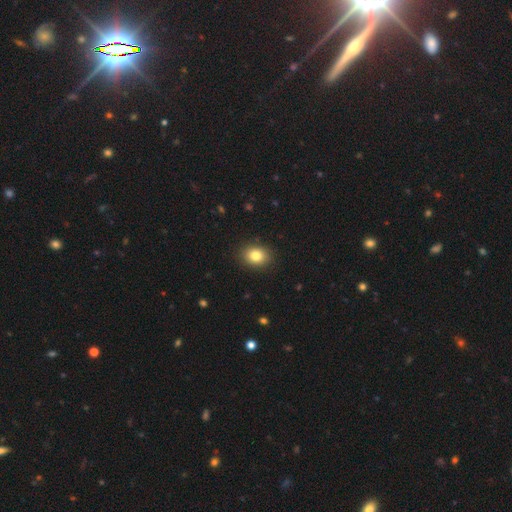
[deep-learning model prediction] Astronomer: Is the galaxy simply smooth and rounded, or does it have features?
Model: smooth — 83%.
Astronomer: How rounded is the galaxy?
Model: in between — 51% (runner-up: round, 48%).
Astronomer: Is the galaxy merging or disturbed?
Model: none — 90%.